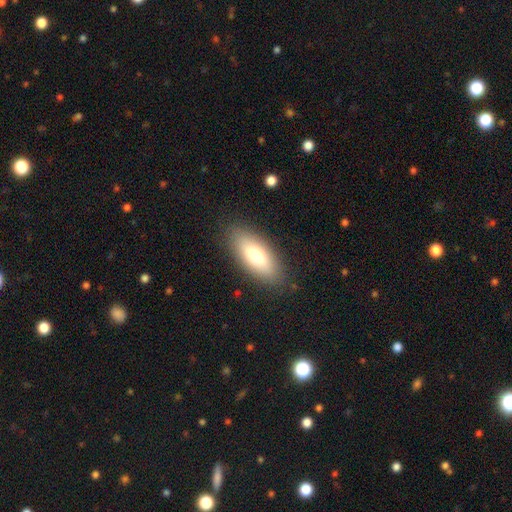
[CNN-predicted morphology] A smooth galaxy with no disk features (73%) that is in between round and cigar-shaped (82%). Merging: none (86%).